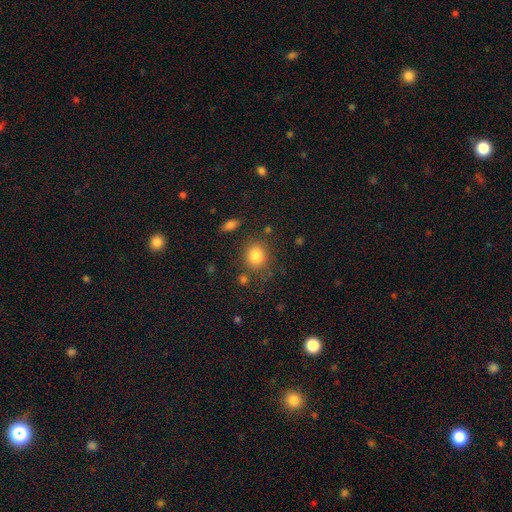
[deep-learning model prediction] Smooth or featured? Predicted: smooth (p=0.83). How rounded? Predicted: round (p=0.74). Merging? Predicted: none (p=0.79).